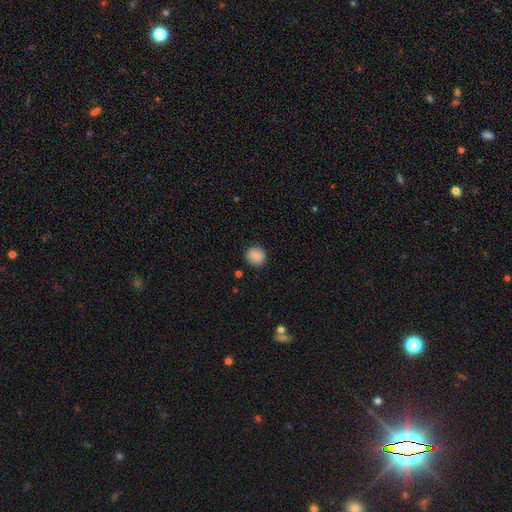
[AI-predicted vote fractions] A smooth galaxy with no disk features (87%) that is round (87%). Merging: none (89%).